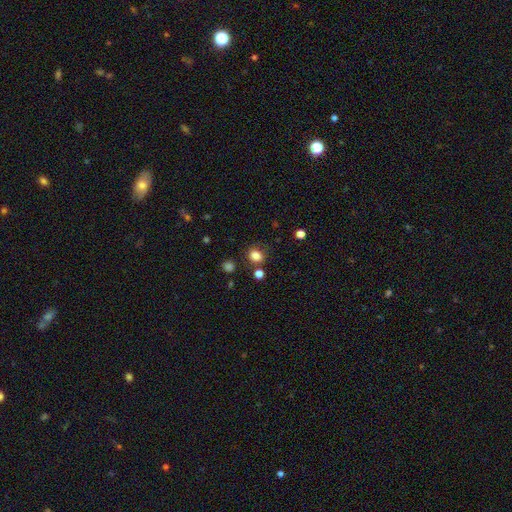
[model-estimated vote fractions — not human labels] The model was most divided on "how rounded": round: 64%, in between: 35%, cigar-shaped: 1%. More confident: smooth or featured — smooth (82%); merging — none (76%).